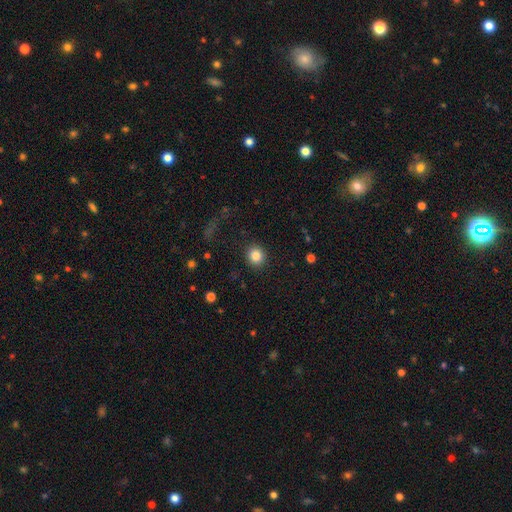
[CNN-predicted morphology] A smooth galaxy with no disk features (84%) that is round (85%). Merging: none (90%).